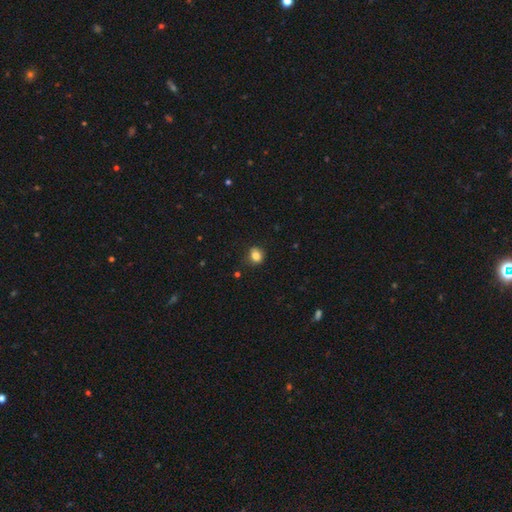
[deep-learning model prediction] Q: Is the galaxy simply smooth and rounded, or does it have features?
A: smooth — 83%.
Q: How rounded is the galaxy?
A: round — 52%.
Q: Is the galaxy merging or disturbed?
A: none — 73%.